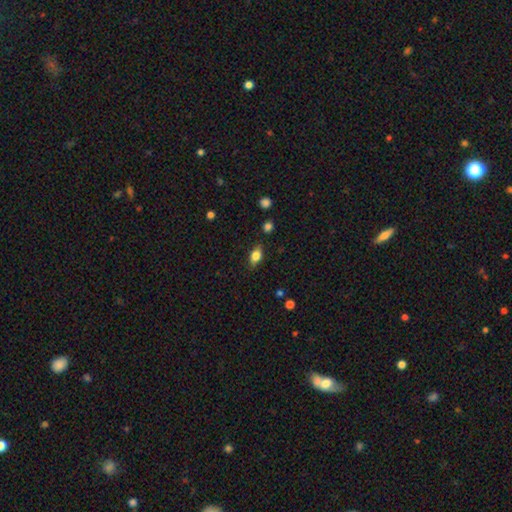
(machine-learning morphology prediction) smooth-or-featured: smooth: 77% | featured or disk: 15% | star or artifact: 9%
  how-rounded: in between: 84% | round: 10% | cigar-shaped: 7%
  merging: none: 82% | minor disturbance: 13% | major disturbance: 3% | merger: 2%